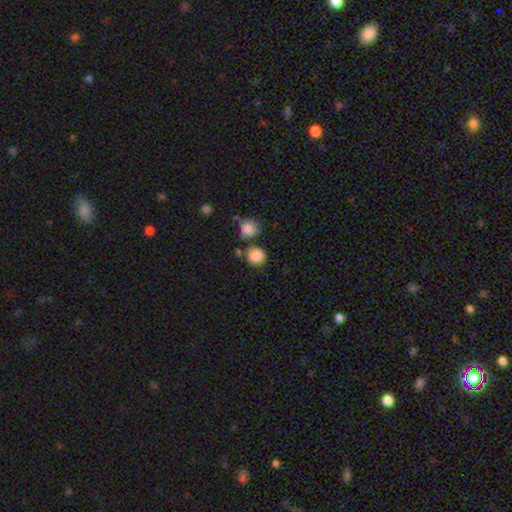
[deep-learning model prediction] Smooth or featured?
  - smooth: 86% *
  - star or artifact: 9%
  - featured or disk: 4%
How rounded?
  - round: 86% *
  - in between: 13%
  - cigar-shaped: 1%
Merging?
  - none: 69% *
  - merger: 15%
  - minor disturbance: 12%
  - major disturbance: 4%